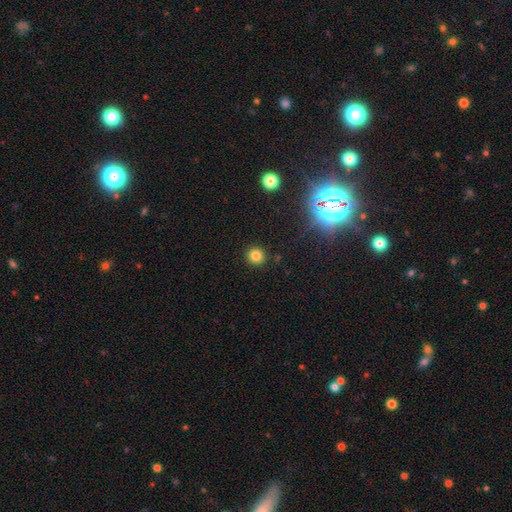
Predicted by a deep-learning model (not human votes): Smooth or featured? smooth (81%)
How rounded? round (92%)
Merging? none (91%)